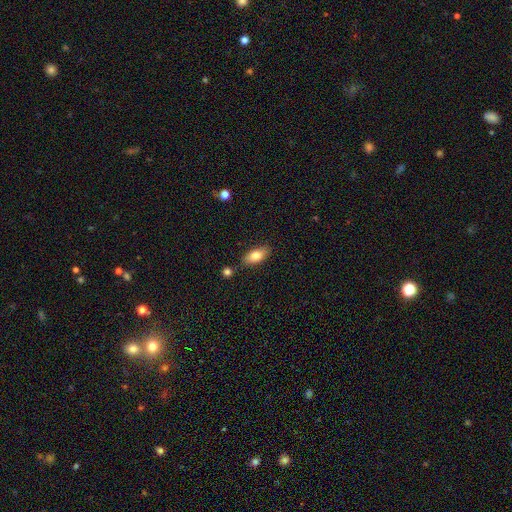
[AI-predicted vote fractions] smooth_or_featured: smooth (p=0.80) [alt: featured or disk p=0.12]
how_rounded: in between (p=0.87) [alt: cigar-shaped p=0.10]
merging: none (p=0.79) [alt: minor disturbance p=0.13]